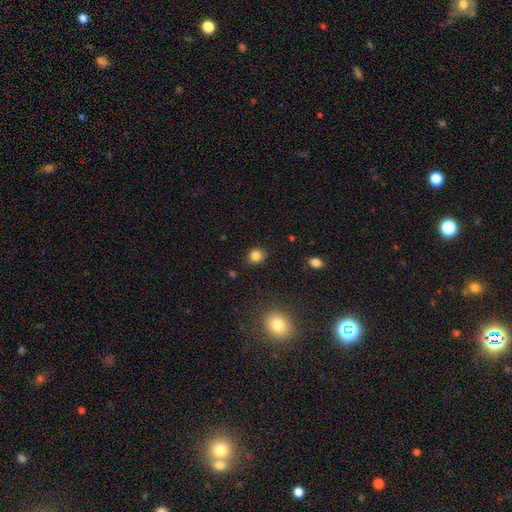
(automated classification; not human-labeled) This is clearly a smooth galaxy (84%). How rounded: likely round (73%). Merging: clearly none (81%).